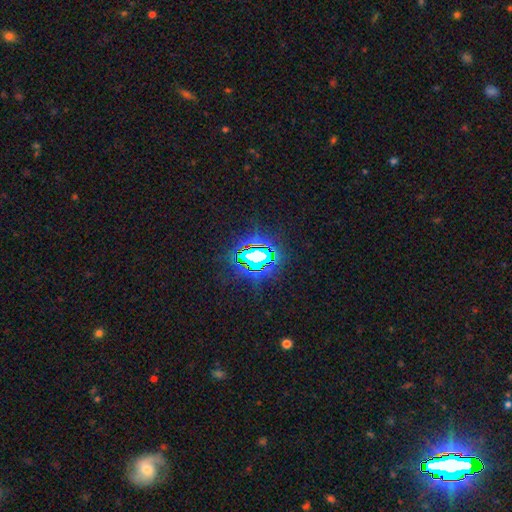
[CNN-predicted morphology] A star or artifact, not a galaxy (74%).